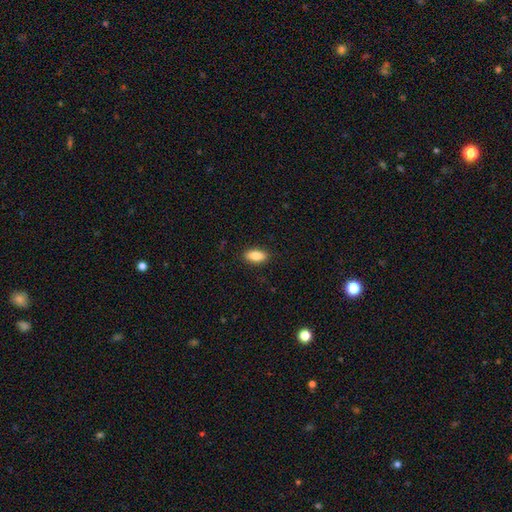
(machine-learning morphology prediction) type=smooth (84%); roundness=in between (88%); merging=none (88%).